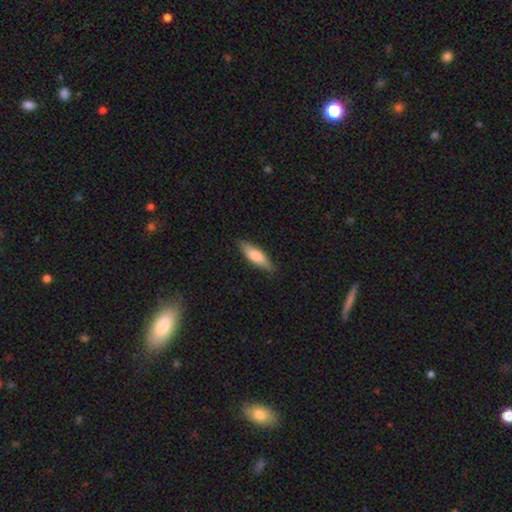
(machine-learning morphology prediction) Overall: smooth (74%). How rounded: cigar-shaped (52%; in between 46%). Merging: none (85%).